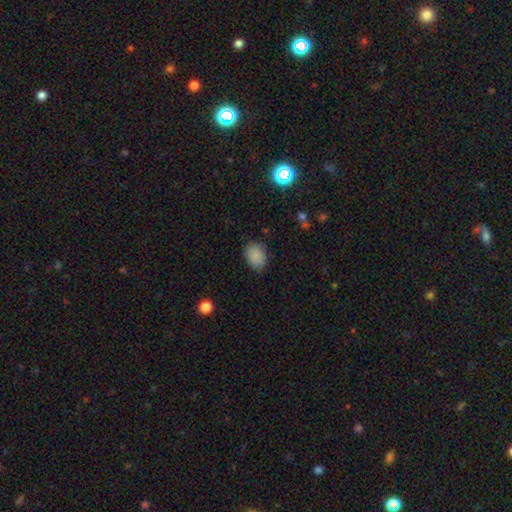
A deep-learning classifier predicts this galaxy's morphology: This appears to be a smooth galaxy with no disk features (87%) that is in between round and cigar-shaped (71%). Merging: none (77%).